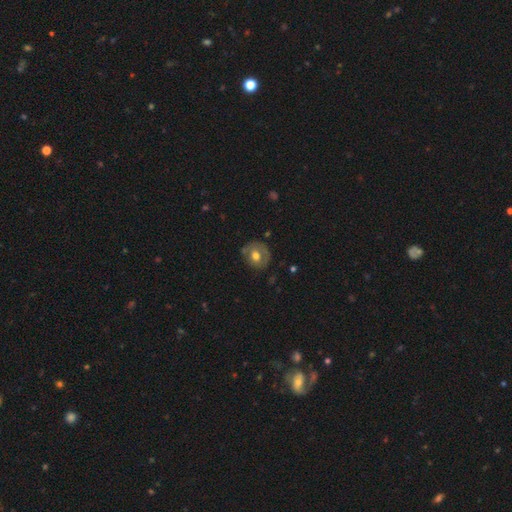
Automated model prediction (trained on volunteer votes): Smooth or featured: smooth — 53% (featured or disk — 39%)
How rounded: round — 77% (in between — 23%)
Merging: none — 71% (minor disturbance — 20%)